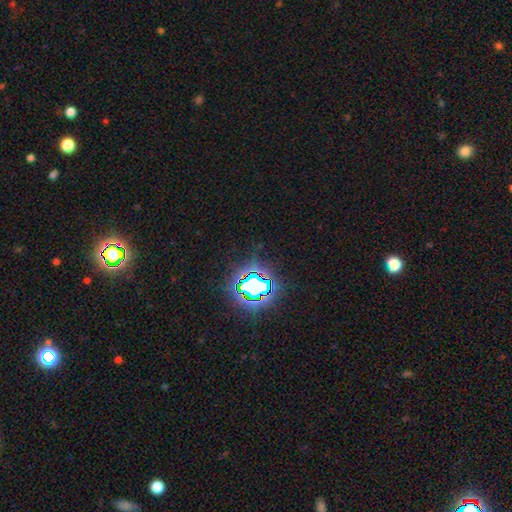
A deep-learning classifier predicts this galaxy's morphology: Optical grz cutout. It shows a star or artifact, not a galaxy (79%).